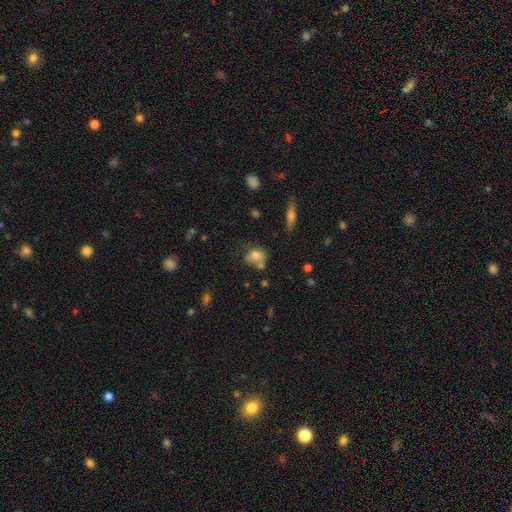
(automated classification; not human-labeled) smooth-or-featured: smooth: 72% | featured or disk: 18% | star or artifact: 11%
  how-rounded: in between: 58% | round: 40% | cigar-shaped: 2%
  merging: none: 39% | merger: 24% | minor disturbance: 24% | major disturbance: 12%